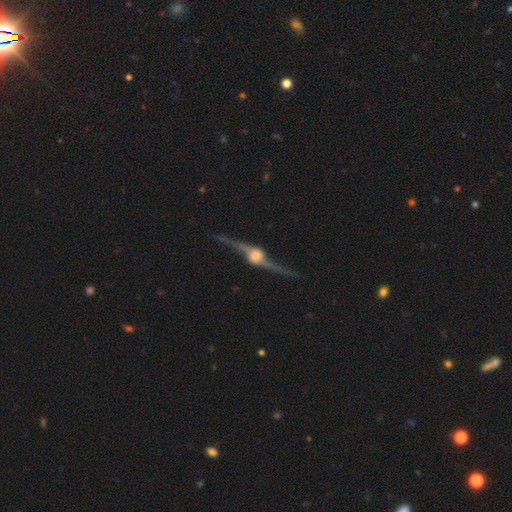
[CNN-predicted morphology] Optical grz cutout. It shows a featured or disk galaxy (91%) viewed edge-on (93%) with a rounded central bulge (92%). Merging: none (84%).